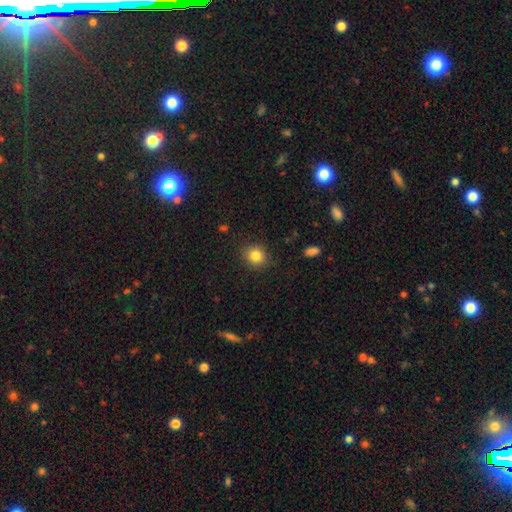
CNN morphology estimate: smooth_or_featured: smooth (p=0.84) [alt: star or artifact p=0.10]
how_rounded: round (p=0.79) [alt: in between p=0.20]
merging: none (p=0.87) [alt: minor disturbance p=0.09]